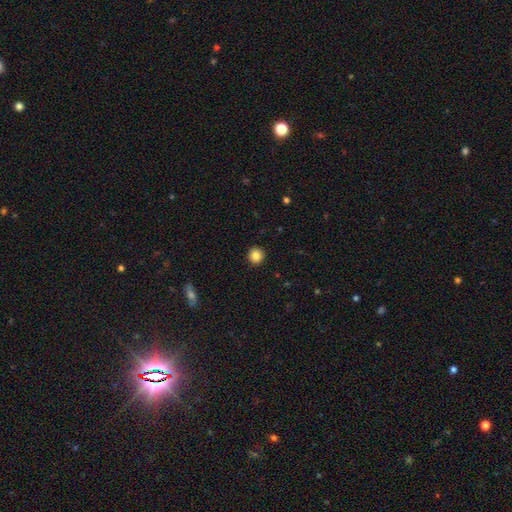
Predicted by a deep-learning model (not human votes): A smooth galaxy with no disk features (85%) that is round (93%). Merging: none (93%).